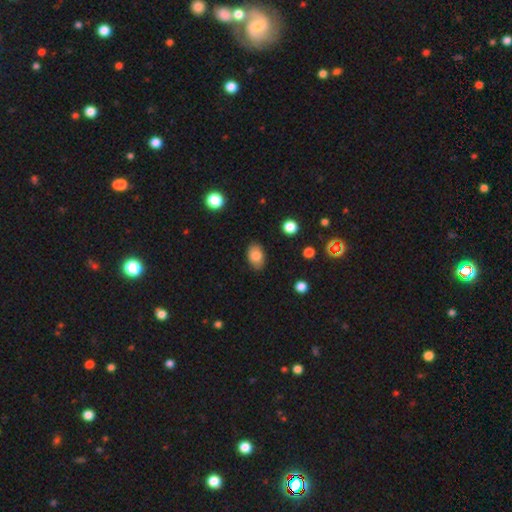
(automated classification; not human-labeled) A smooth galaxy with no disk features (81%) that is in between round and cigar-shaped (87%).

Vote fractions:
- Smooth or featured? smooth: 81% / featured or disk: 10% / star or artifact: 8%
- How rounded? in between: 87% / round: 11% / cigar-shaped: 1%
- Merging? none: 84% / minor disturbance: 12% / major disturbance: 3% / merger: 1%